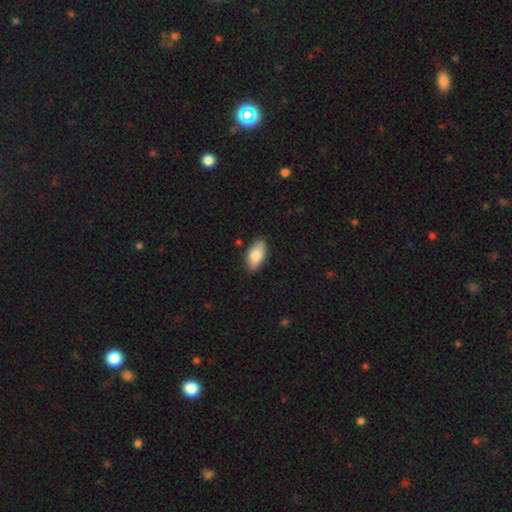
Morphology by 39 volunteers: Overall: smooth (85%). How rounded: in between (91%). Merging: none (82%).